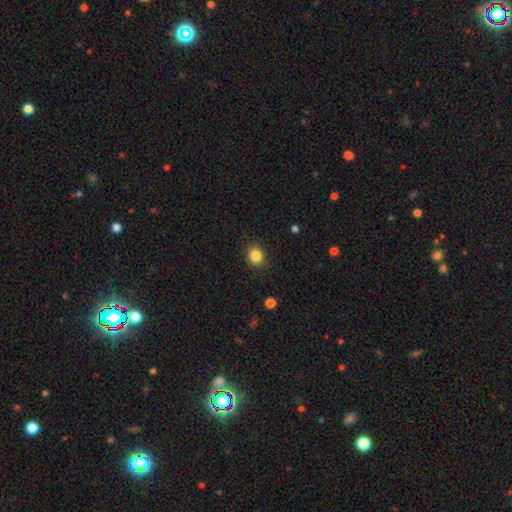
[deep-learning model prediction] smooth-or-featured: smooth: 85% | star or artifact: 11% | featured or disk: 5%
  how-rounded: round: 65% | in between: 34% | cigar-shaped: 1%
  merging: none: 86% | minor disturbance: 11% | major disturbance: 3% | merger: 1%